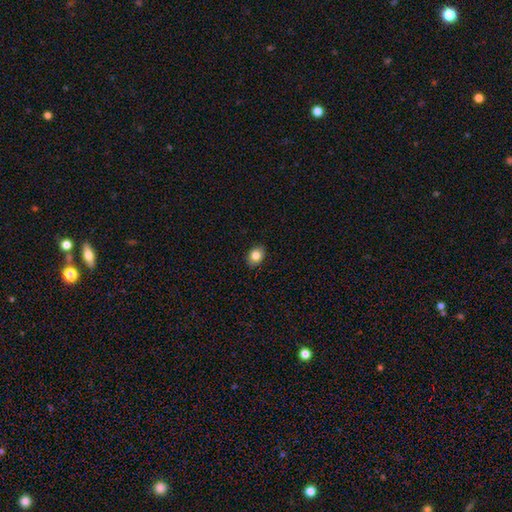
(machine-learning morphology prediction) smooth_or_featured: smooth (p=0.83) [alt: star or artifact p=0.09]
how_rounded: in between (p=0.63) [alt: round p=0.36]
merging: none (p=0.89) [alt: minor disturbance p=0.08]